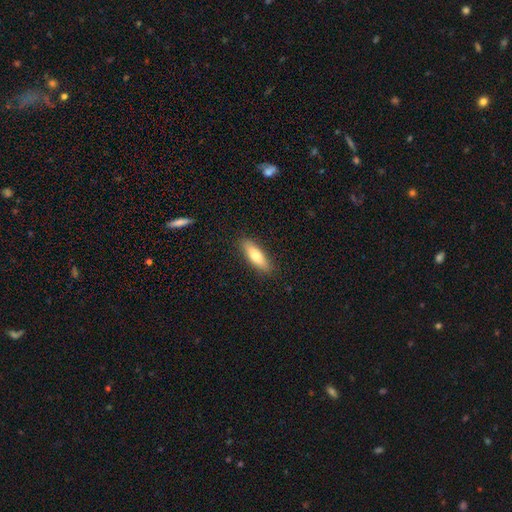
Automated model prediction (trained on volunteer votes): This appears to be a smooth galaxy with no disk features (72%) that is cigar-shaped (51%). Merging: none (88%).